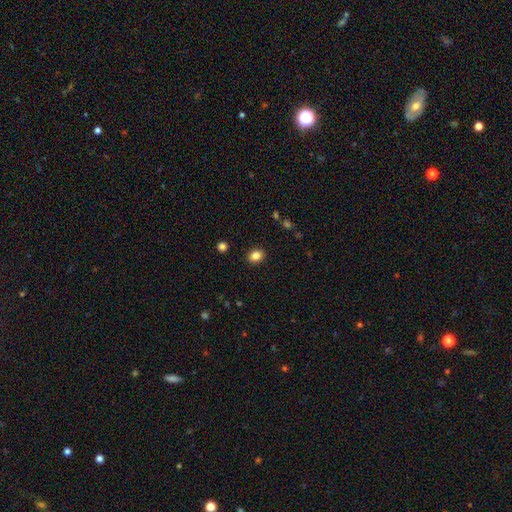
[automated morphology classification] A smooth galaxy with no disk features (85%) that is in between round and cigar-shaped (50%).

Vote fractions:
- Smooth or featured? smooth: 85% / star or artifact: 11% / featured or disk: 4%
- How rounded? in between: 50% / round: 49% / cigar-shaped: 1%
- Merging? none: 90% / minor disturbance: 7% / major disturbance: 2% / merger: 1%